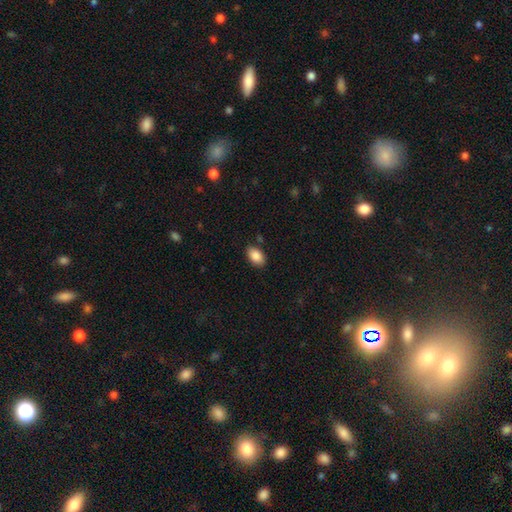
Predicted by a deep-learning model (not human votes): Morphology: type=smooth (88%); roundness=in between (91%); merging=none (85%).